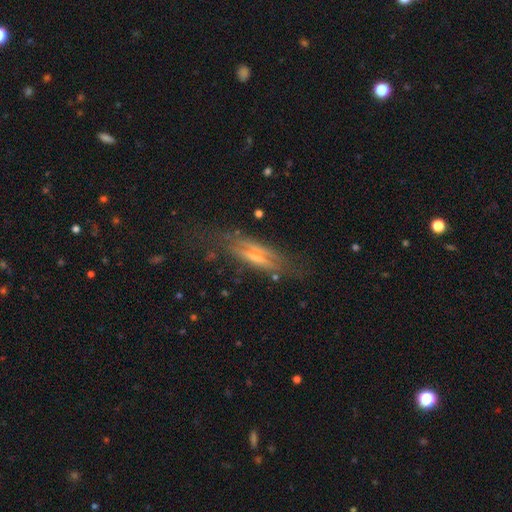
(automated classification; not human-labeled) smooth_or_featured: featured or disk (p=0.64) [alt: smooth p=0.26]
disk_edge_on: yes (p=0.79) [alt: no p=0.21]
edge_on_bulge: rounded (p=0.67) [alt: none p=0.20]
merging: none (p=0.65) [alt: minor disturbance p=0.21]